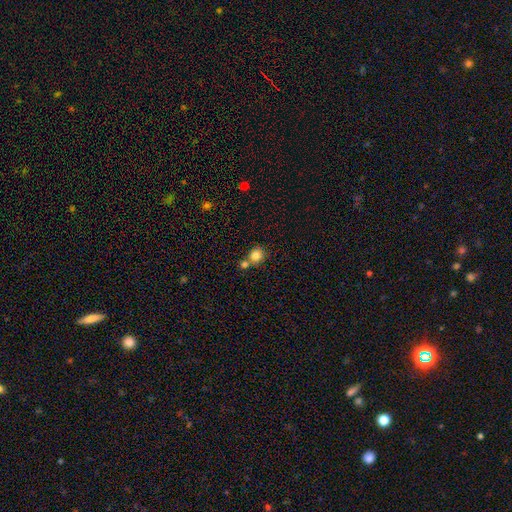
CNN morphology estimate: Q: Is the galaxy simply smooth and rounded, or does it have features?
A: smooth — 83%.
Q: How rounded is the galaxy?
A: round — 82%.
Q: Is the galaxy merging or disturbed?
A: none — 55%.